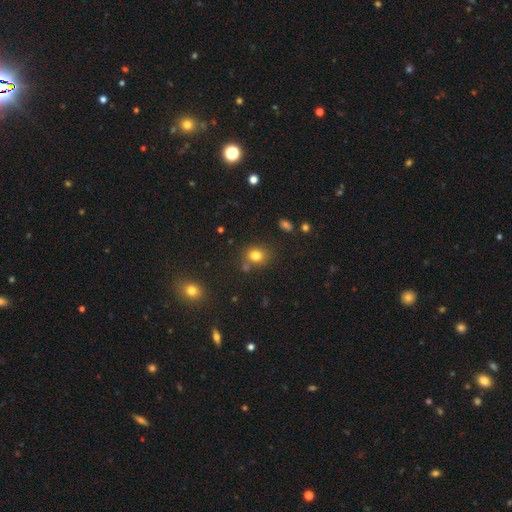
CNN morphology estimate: A smooth galaxy with no disk features (79%) that is round (67%). Merging: none (72%).